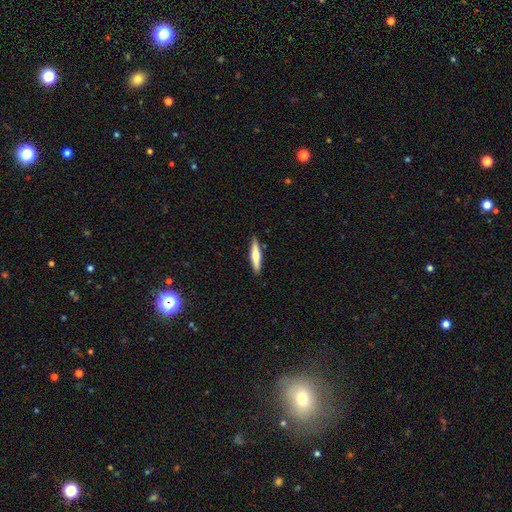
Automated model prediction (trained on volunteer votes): This appears to be a smooth galaxy with no disk features (60%) that is cigar-shaped (84%). Merging: none (89%).